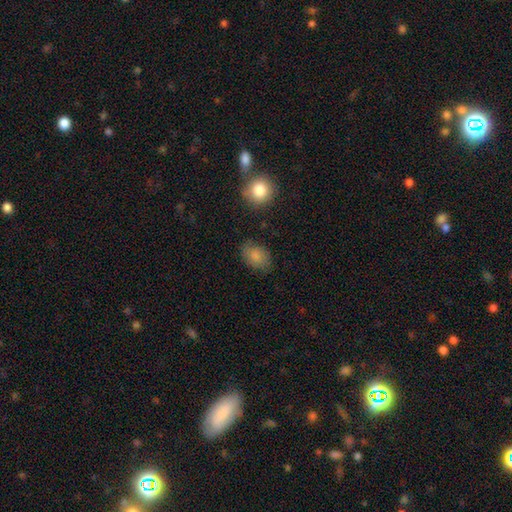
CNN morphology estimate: smooth-or-featured: smooth: 82% | star or artifact: 9% | featured or disk: 9%
  how-rounded: in between: 78% | round: 21% | cigar-shaped: 1%
  merging: none: 76% | minor disturbance: 18% | major disturbance: 5% | merger: 2%